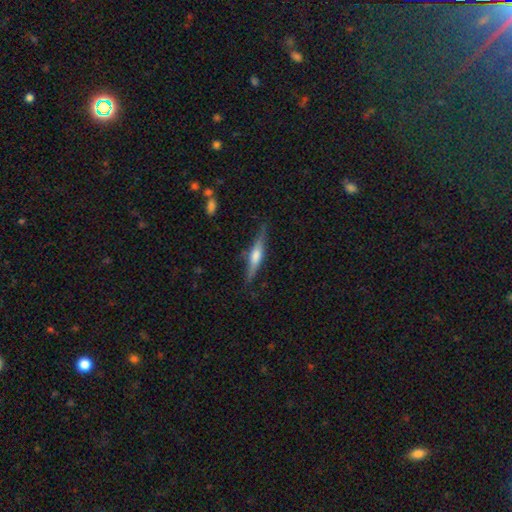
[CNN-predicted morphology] This is likely a featured or disk galaxy (65%). It is clearly viewed edge-on (97%). Edge-on bulge: likely rounded (79%). Merging: clearly none (82%).